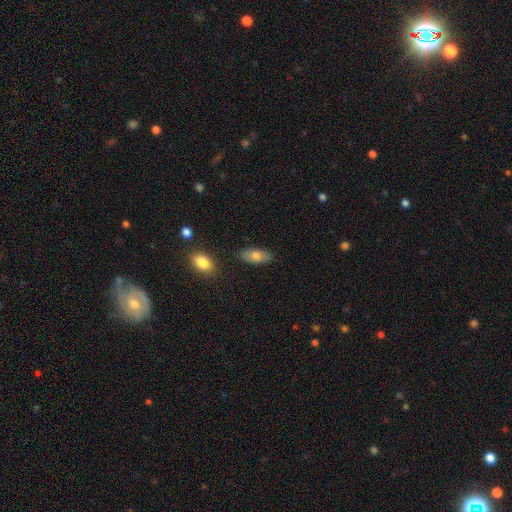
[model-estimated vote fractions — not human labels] This is likely a smooth galaxy (76%). How rounded: clearly in between (87%). Merging: clearly none (84%).